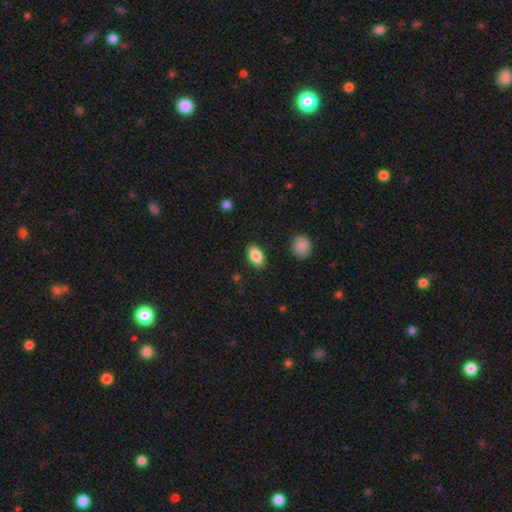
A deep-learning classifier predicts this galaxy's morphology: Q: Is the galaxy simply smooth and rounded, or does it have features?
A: smooth — 87%.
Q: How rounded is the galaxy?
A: in between — 92%.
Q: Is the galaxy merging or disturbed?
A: none — 87%.